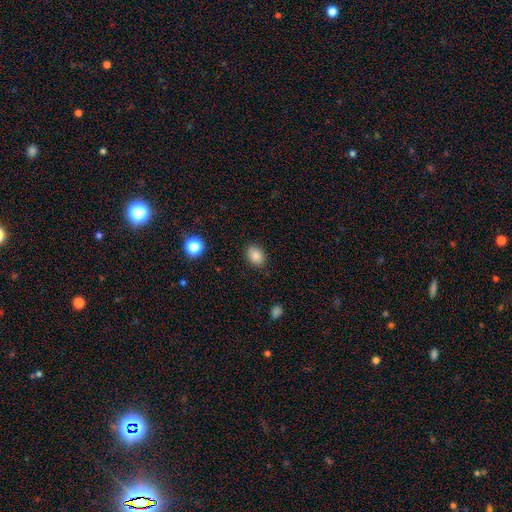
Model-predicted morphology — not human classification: A smooth galaxy with no disk features (85%) that is in between round and cigar-shaped (75%). Merging: none (86%).